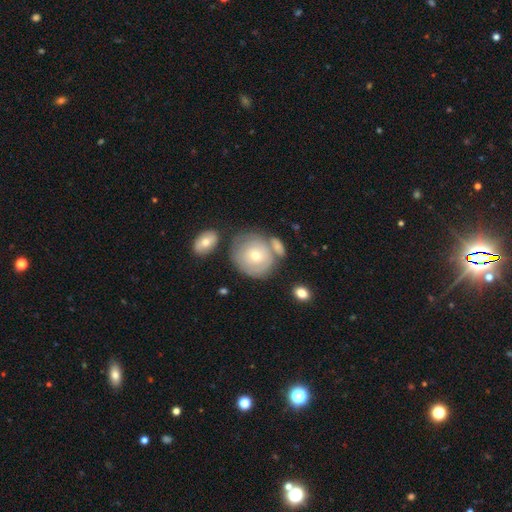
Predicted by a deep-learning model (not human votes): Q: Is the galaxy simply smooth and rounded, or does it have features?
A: smooth — 48%.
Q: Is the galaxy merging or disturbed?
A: none — 59%.